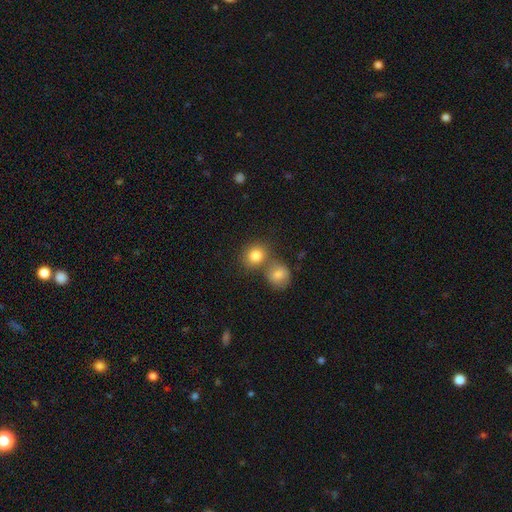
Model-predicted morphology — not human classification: smooth_or_featured: smooth (p=0.83) [alt: star or artifact p=0.10]
how_rounded: round (p=0.77) [alt: in between p=0.22]
merging: none (p=0.51) [alt: merger p=0.37]